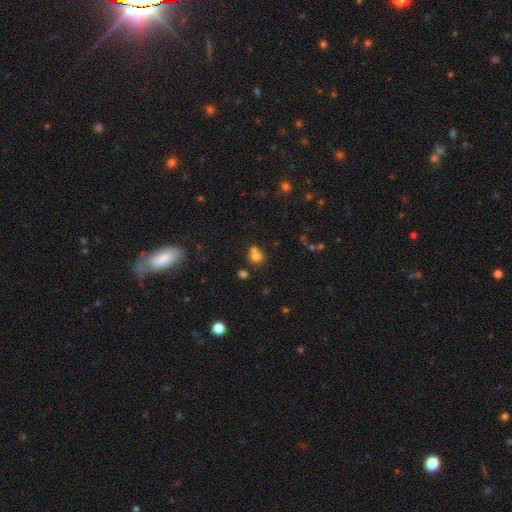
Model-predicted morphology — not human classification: smooth-or-featured: smooth: 72% | star or artifact: 17% | featured or disk: 11%
  how-rounded: round: 82% | in between: 17% | cigar-shaped: 1%
  merging: none: 48% | merger: 41% | minor disturbance: 8% | major disturbance: 3%